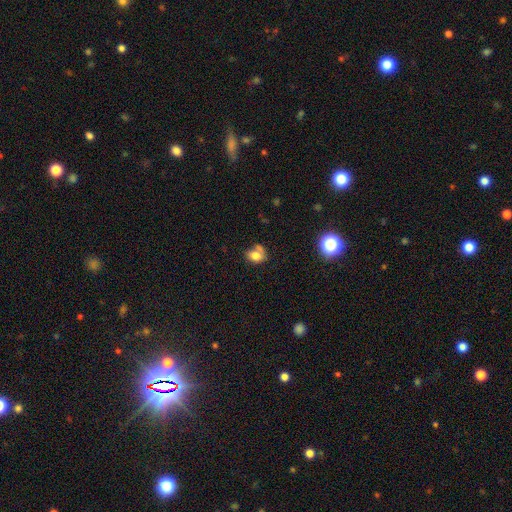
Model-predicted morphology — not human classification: This appears to be a smooth galaxy with no disk features (74%) that is in between round and cigar-shaped (63%). Merging: none (38%).